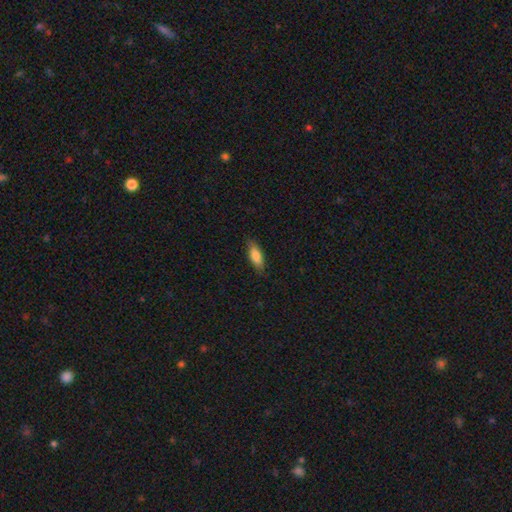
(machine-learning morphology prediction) Smooth or featured: smooth — 81% (featured or disk — 13%)
How rounded: in between — 69% (cigar-shaped — 29%)
Merging: none — 81% (minor disturbance — 15%)